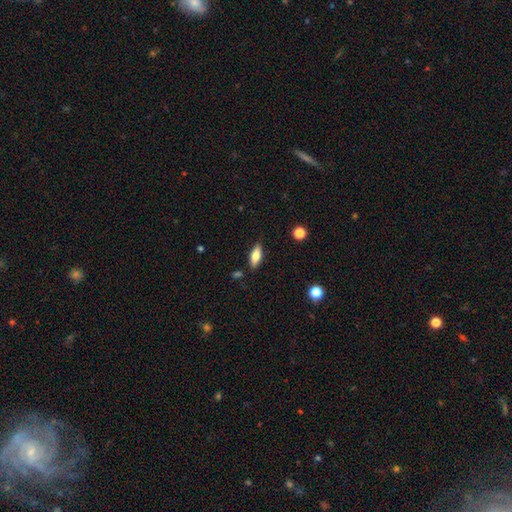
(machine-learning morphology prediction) A smooth galaxy with no disk features (70%) that is in between round and cigar-shaped (72%). Merging: none (84%).